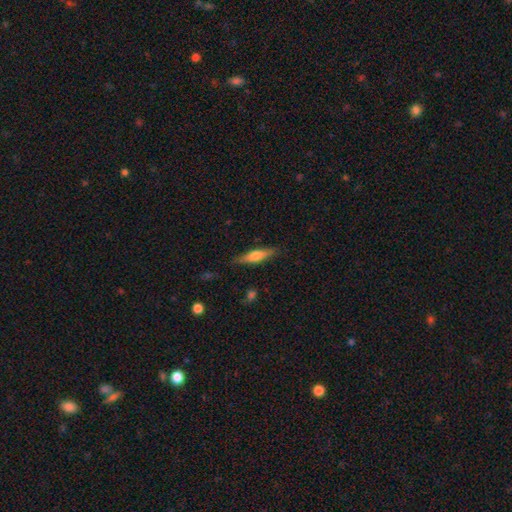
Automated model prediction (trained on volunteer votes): Smooth or featured? smooth (56%)
How rounded? cigar-shaped (76%)
Merging? none (84%)